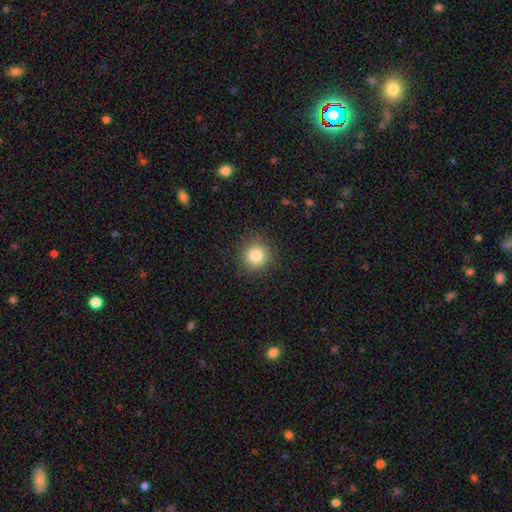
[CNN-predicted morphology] Smooth or featured: smooth — 83% (star or artifact — 11%)
How rounded: round — 93% (in between — 6%)
Merging: none — 90% (minor disturbance — 7%)